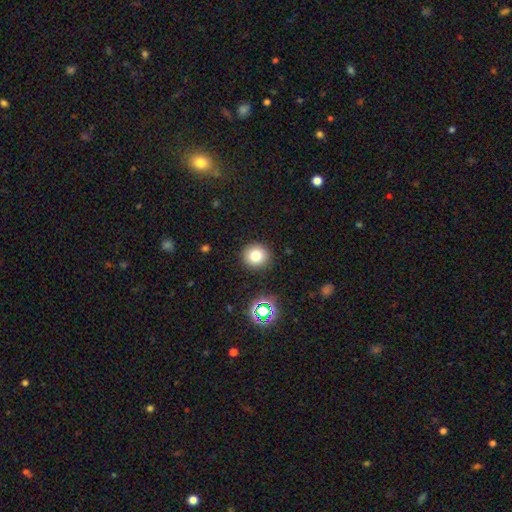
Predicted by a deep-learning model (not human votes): The model was most divided on "smooth or featured": smooth: 78%, star or artifact: 15%, featured or disk: 7%. More confident: how rounded — round (90%); merging — none (90%).